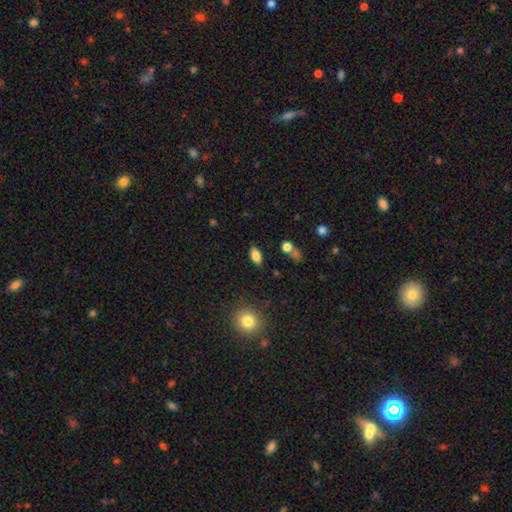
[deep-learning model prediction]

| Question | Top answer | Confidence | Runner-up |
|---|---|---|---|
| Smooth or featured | smooth | 80% | featured or disk (10%) |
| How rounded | in between | 89% | round (6%) |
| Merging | none | 82% | minor disturbance (11%) |